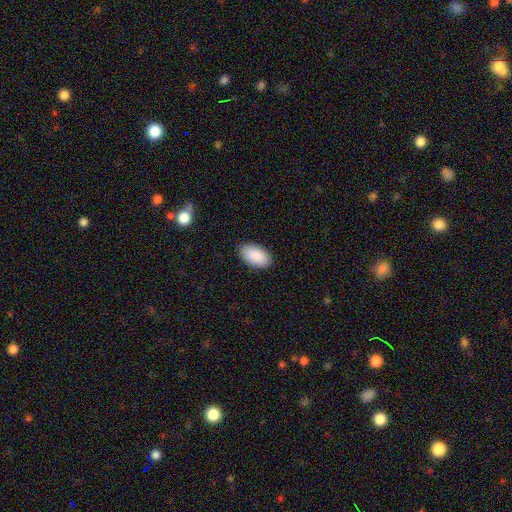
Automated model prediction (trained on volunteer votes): smooth-or-featured: smooth: 91% | star or artifact: 6% | featured or disk: 3%
  how-rounded: in between: 96% | round: 2% | cigar-shaped: 2%
  merging: none: 88% | minor disturbance: 9% | major disturbance: 2% | merger: 1%